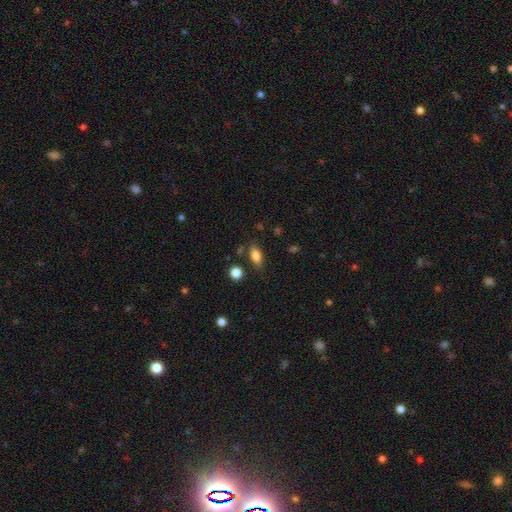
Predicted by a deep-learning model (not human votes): Morphology: type=smooth (82%); roundness=in between (83%); merging=none (77%).